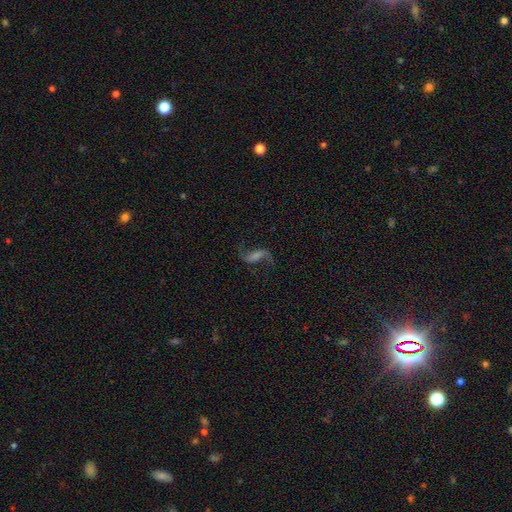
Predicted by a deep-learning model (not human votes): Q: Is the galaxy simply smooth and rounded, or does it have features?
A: featured or disk — 83%.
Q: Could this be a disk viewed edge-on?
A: no — 95%.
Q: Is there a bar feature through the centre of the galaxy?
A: weak — 43%.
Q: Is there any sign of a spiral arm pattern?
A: yes — 96%.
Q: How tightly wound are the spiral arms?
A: loose — 81%.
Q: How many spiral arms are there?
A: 2 — 93%.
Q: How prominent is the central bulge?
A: small — 37%.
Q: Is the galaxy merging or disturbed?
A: none — 78%.